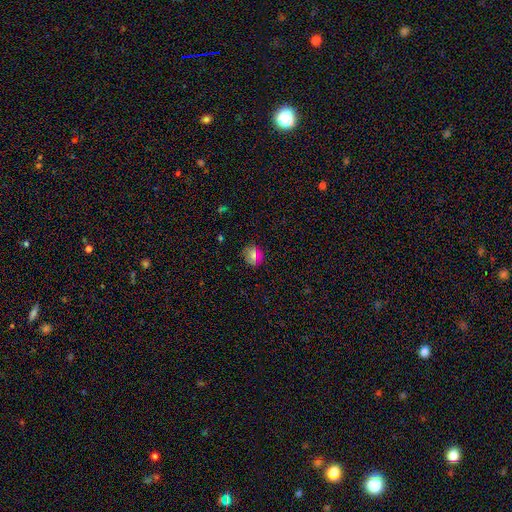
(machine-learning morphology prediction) Smooth or featured?
  - smooth: 66% *
  - star or artifact: 22%
  - featured or disk: 12%
How rounded?
  - round: 79% *
  - in between: 19%
  - cigar-shaped: 2%
Merging?
  - none: 86% *
  - minor disturbance: 10%
  - major disturbance: 3%
  - merger: 1%